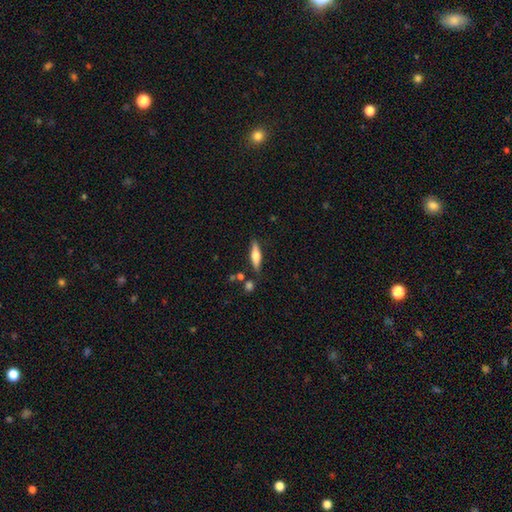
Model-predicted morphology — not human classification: smooth_or_featured: smooth (p=0.53) [alt: featured or disk p=0.41]
how_rounded: cigar-shaped (p=0.65) [alt: in between p=0.33]
merging: none (p=0.82) [alt: minor disturbance p=0.11]